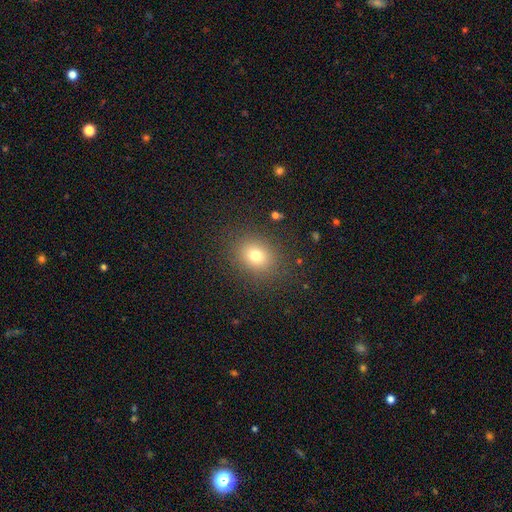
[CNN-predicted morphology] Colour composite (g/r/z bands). It shows a smooth galaxy with no disk features (76%) that is round (56%). Merging: none (86%).